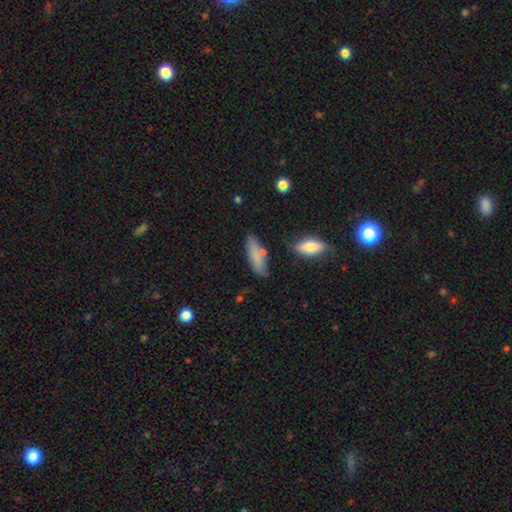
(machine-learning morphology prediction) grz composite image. It shows a smooth galaxy with no disk features (79%) that is cigar-shaped (52%). Merging: none (74%).